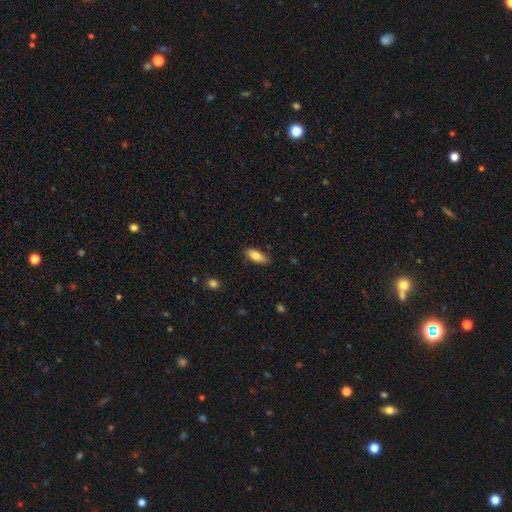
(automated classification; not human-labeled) Smooth or featured? Predicted: smooth (p=0.81). How rounded? Predicted: in between (p=0.67). Merging? Predicted: none (p=0.85).